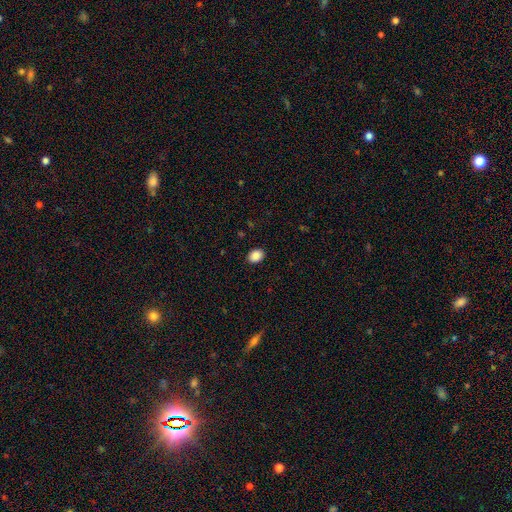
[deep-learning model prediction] Morphology: type=smooth (88%); roundness=in between (62%); merging=none (90%).